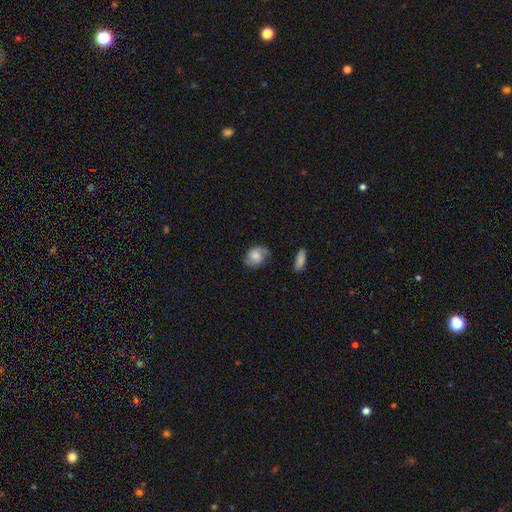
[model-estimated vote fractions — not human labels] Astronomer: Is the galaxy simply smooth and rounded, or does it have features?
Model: smooth — 61%.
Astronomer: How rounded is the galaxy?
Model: round — 51% (runner-up: in between, 48%).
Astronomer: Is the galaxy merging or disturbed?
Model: none — 63%.